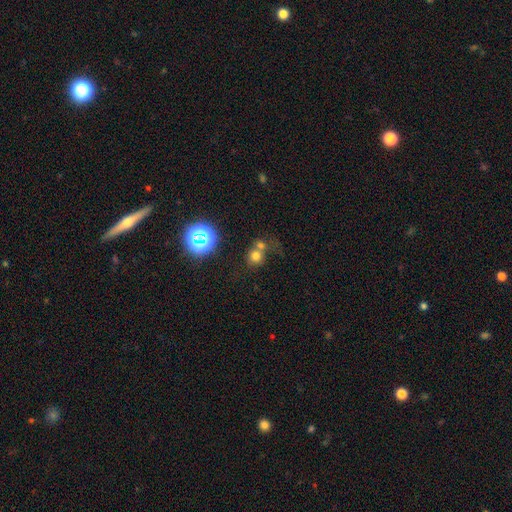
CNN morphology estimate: Smooth or featured? smooth (67%)
How rounded? round (81%)
Merging? none (43%)